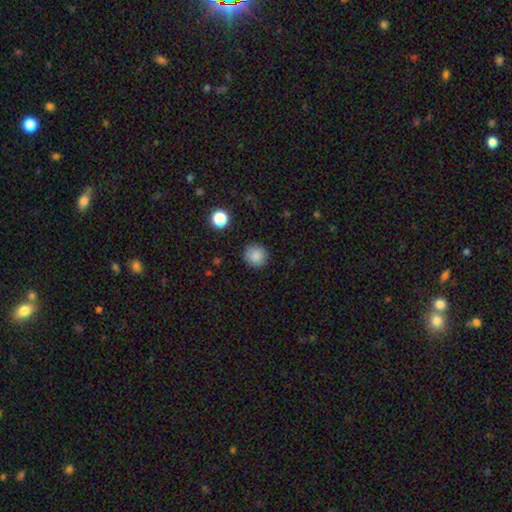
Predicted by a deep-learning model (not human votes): Morphology: type=smooth (86%); roundness=round (90%); merging=none (90%).